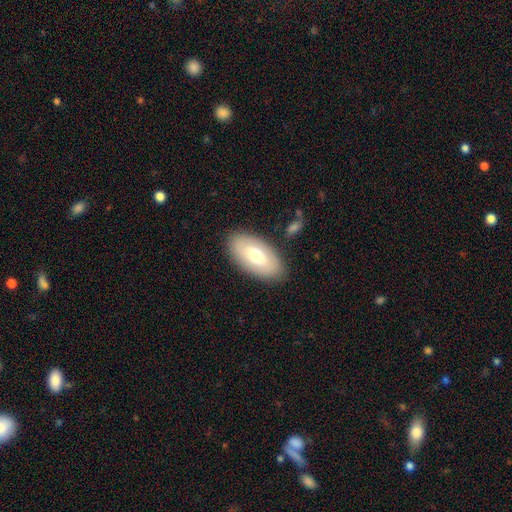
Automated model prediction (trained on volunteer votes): Smooth or featured: smooth — 63% (featured or disk — 31%)
How rounded: in between — 93% (cigar-shaped — 4%)
Merging: none — 85% (minor disturbance — 10%)